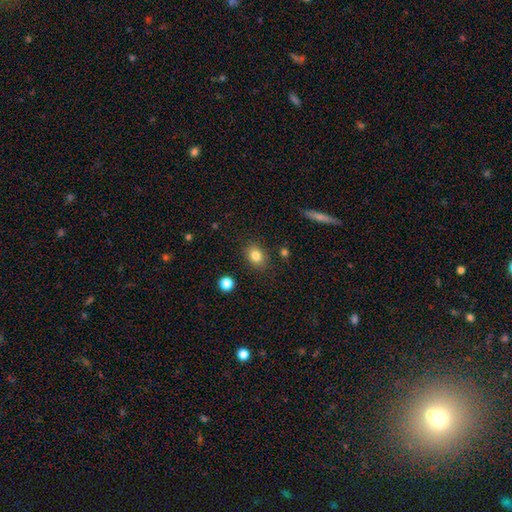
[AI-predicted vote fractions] smooth_or_featured: smooth (p=0.82) [alt: star or artifact p=0.10]
how_rounded: in between (p=0.62) [alt: round p=0.37]
merging: none (p=0.85) [alt: minor disturbance p=0.10]